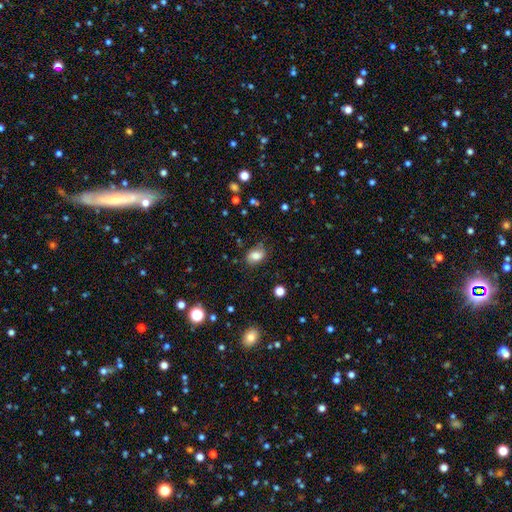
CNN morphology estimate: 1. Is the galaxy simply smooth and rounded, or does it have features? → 76% smooth, 14% featured or disk, 10% star or artifact.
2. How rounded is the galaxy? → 77% in between, 22% round, 1% cigar-shaped.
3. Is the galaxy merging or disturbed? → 72% none, 21% minor disturbance, 6% major disturbance, 2% merger.